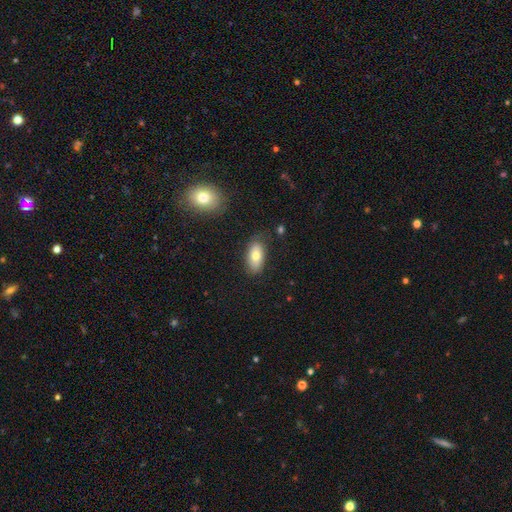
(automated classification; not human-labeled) Morphology: type=smooth (74%); roundness=in between (91%); merging=none (79%).